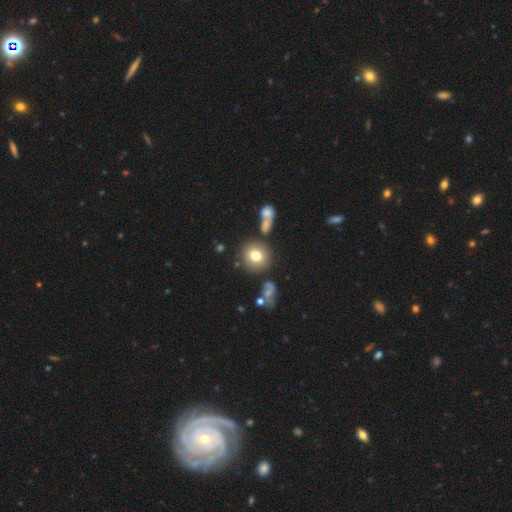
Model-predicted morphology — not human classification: Q: Smooth or featured?
A: smooth (76%); runner-up: featured or disk (13%)
Q: How rounded?
A: round (89%); runner-up: in between (10%)
Q: Merging?
A: none (78%); runner-up: minor disturbance (10%)